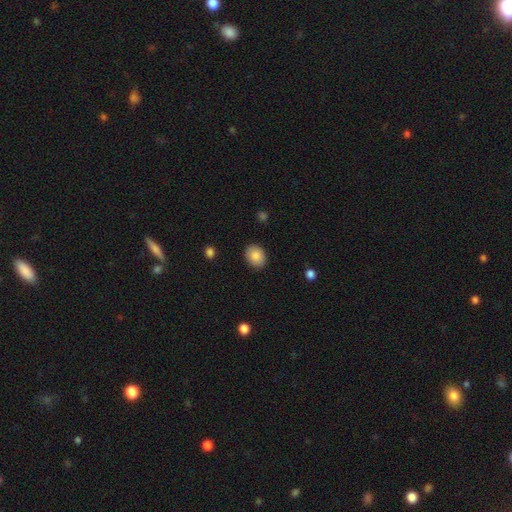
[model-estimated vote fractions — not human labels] Smooth or featured? smooth (86%)
How rounded? in between (61%)
Merging? none (88%)